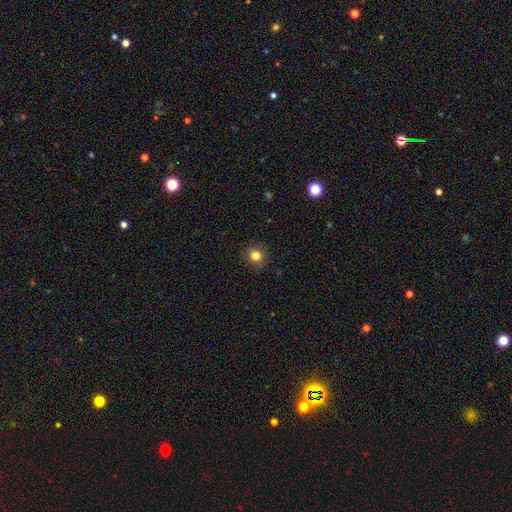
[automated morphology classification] The model was most divided on "smooth or featured": smooth: 82%, star or artifact: 13%, featured or disk: 5%. More confident: merging — none (91%); how rounded — round (89%).